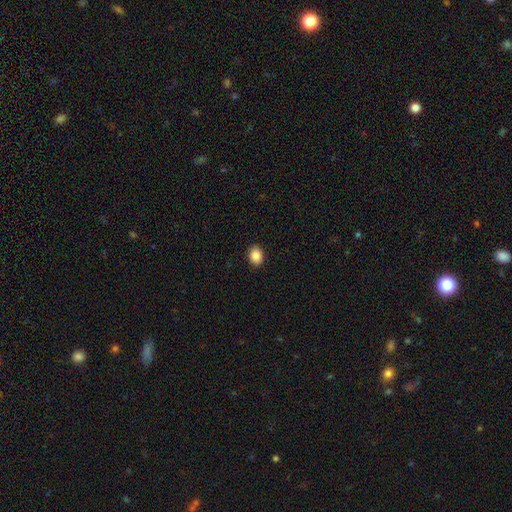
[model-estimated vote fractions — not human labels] Q: Smooth or featured?
A: smooth (87%); runner-up: star or artifact (9%)
Q: How rounded?
A: in between (54%); runner-up: round (45%)
Q: Merging?
A: none (91%); runner-up: minor disturbance (6%)